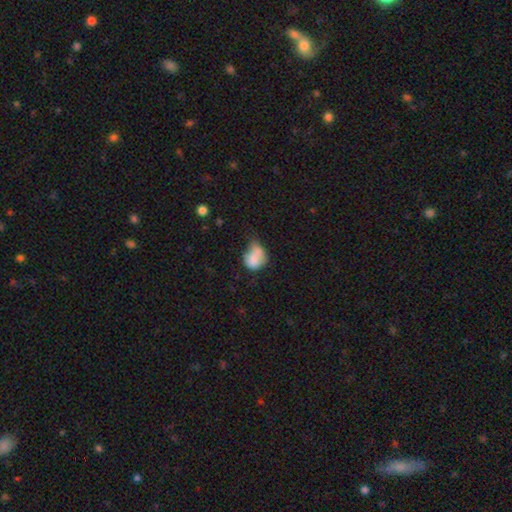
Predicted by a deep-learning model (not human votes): A smooth galaxy with no disk features (72%) that is in between round and cigar-shaped (49%, tied with round).

Vote fractions:
- Smooth or featured? smooth: 72% / featured or disk: 19% / star or artifact: 9%
- How rounded? in between: 49% (tied) / round: 49% (tied) / cigar-shaped: 1%
- Merging? merger: 36% / none: 25% / minor disturbance: 25% / major disturbance: 14%